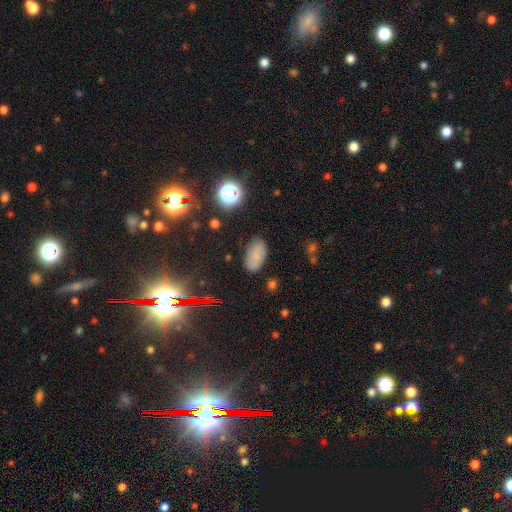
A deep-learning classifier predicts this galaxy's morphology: The model was most divided on "smooth or featured": smooth: 71%, star or artifact: 15%, featured or disk: 14%. More confident: how rounded — in between (94%); merging — none (81%).